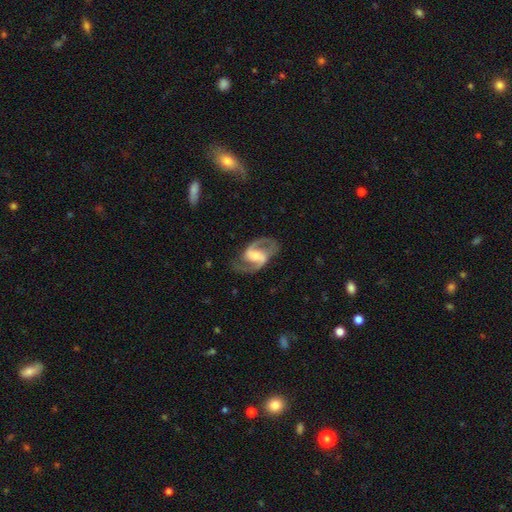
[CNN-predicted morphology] Overall: featured or disk (88%). Edge-on disk: no (97%). Bar: weak (43%; strong 37%). Spiral arms: yes (96%). Spiral arm count: 2 (92%). Spiral winding: medium (59%; loose 25%). Bulge size: moderate (45%; small 32%). Merging: none (77%).